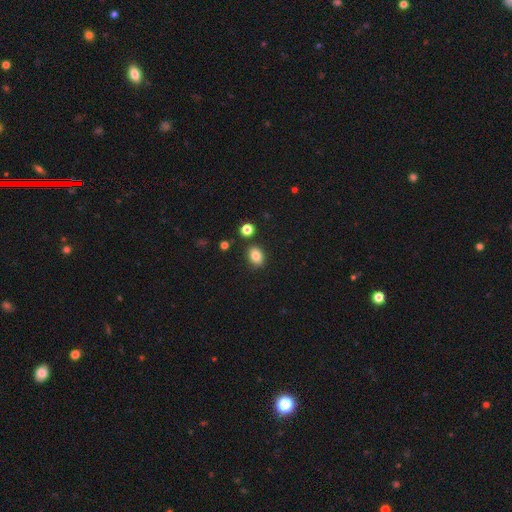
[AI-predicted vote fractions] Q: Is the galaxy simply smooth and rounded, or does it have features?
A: smooth — 83%.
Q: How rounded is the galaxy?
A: in between — 68%.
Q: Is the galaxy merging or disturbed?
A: none — 84%.